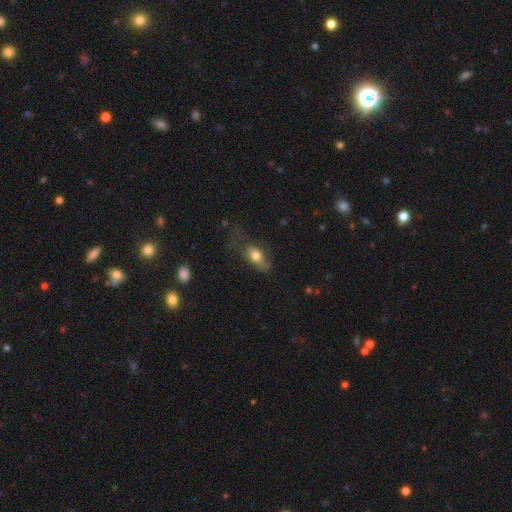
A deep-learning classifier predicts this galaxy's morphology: Smooth or featured: smooth — 67% (featured or disk — 24%)
How rounded: in between — 80% (round — 11%)
Merging: none — 36% (major disturbance — 33%)